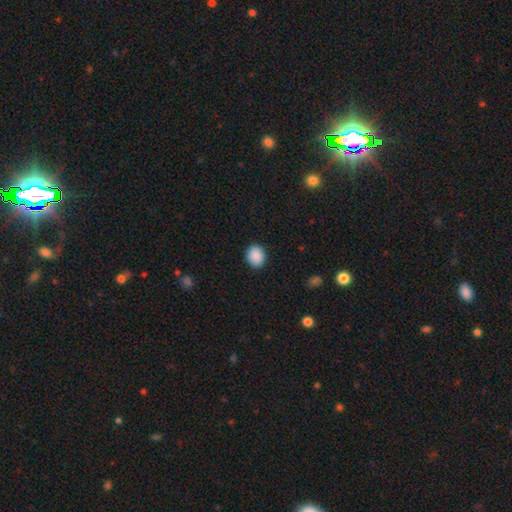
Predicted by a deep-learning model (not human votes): This appears to be a smooth galaxy with no disk features (89%) that is round (66%). Merging: none (90%).